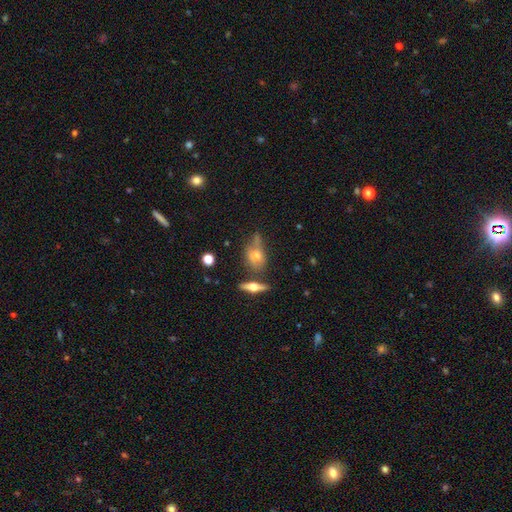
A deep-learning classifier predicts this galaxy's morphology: This is possibly a smooth galaxy (48%). Merging: possibly none (50%).